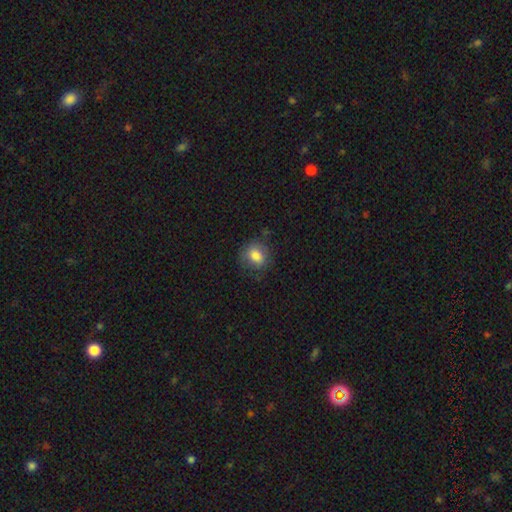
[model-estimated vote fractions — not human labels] smooth-or-featured: smooth: 80% | featured or disk: 11% | star or artifact: 9%
  how-rounded: round: 62% | in between: 37% | cigar-shaped: 1%
  merging: none: 71% | minor disturbance: 20% | major disturbance: 7% | merger: 2%